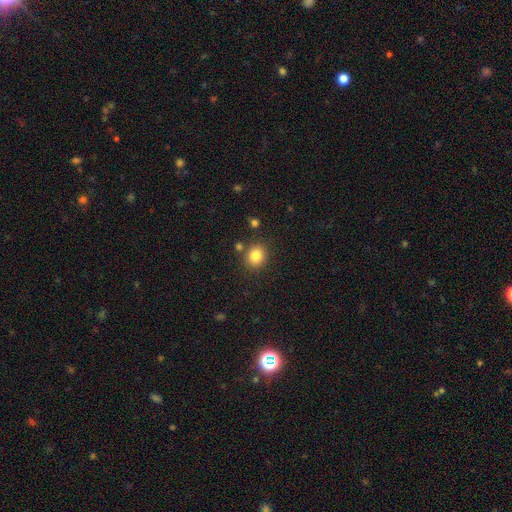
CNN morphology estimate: Overall: smooth (83%). How rounded: round (71%). Merging: none (82%).